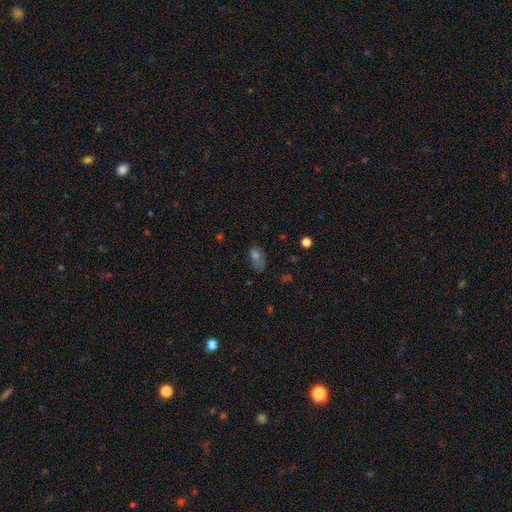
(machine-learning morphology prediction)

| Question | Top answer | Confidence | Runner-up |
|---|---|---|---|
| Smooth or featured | smooth | 54% | featured or disk (23%) |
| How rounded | in between | 82% | round (15%) |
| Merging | none | 47% | minor disturbance (27%) |